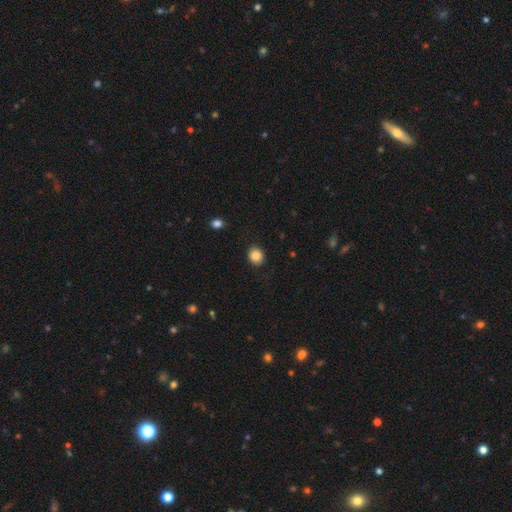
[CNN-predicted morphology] Smooth or featured? Predicted: smooth (p=0.85). How rounded? Predicted: round (p=0.72). Merging? Predicted: none (p=0.89).